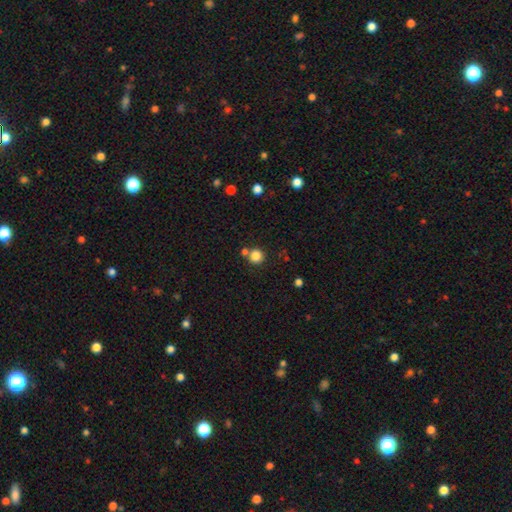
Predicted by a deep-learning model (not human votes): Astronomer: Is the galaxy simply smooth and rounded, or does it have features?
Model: smooth — 83%.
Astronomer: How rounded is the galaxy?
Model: round — 93%.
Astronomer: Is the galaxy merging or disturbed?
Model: none — 73%.